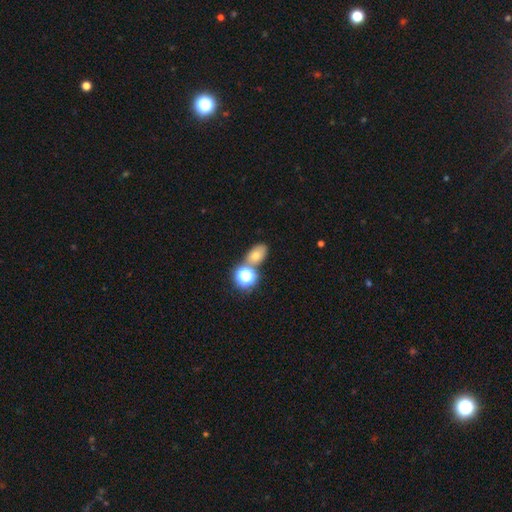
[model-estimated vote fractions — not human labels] Morphology: type=smooth (63%); roundness=in between (71%); merging=none (64%).